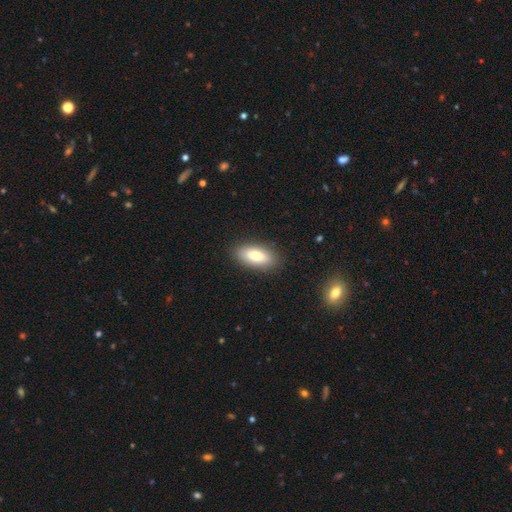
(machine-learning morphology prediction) type=smooth (75%); roundness=in between (87%); merging=none (87%).